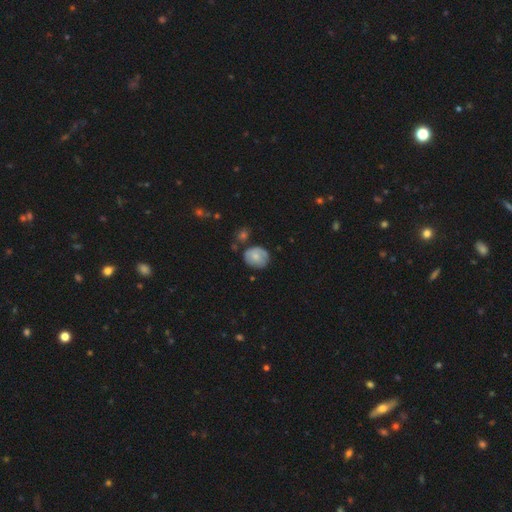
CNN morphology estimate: type=smooth (64%); roundness=round (65%); merging=none (60%).